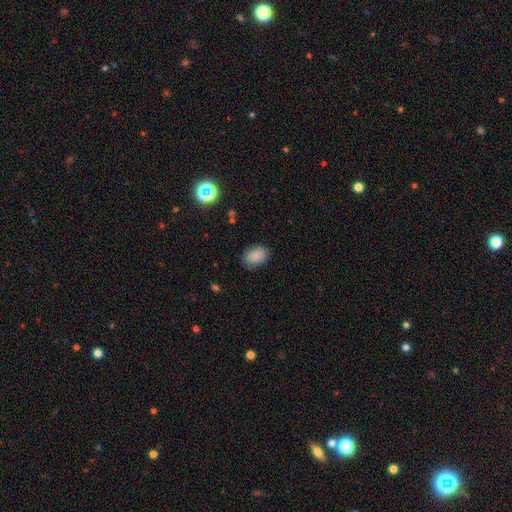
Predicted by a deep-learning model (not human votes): smooth 87%, star or artifact 8%, featured or disk 5%. Down the decision tree: how rounded — in between (79%); merging — none (80%).